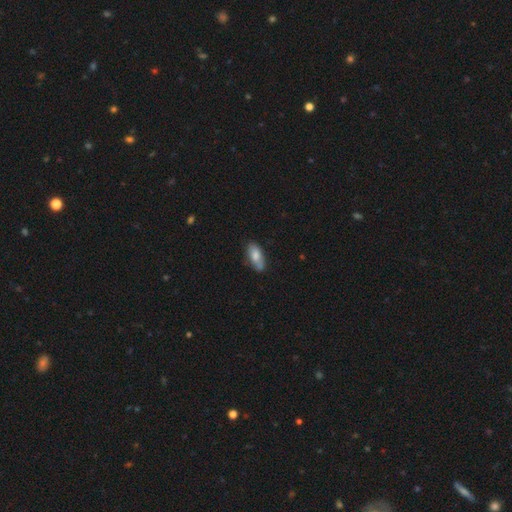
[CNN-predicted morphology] The model was most divided on "merging": none: 70%, minor disturbance: 23%, major disturbance: 4%, merger: 3%. More confident: how rounded — in between (83%); smooth or featured — smooth (75%).